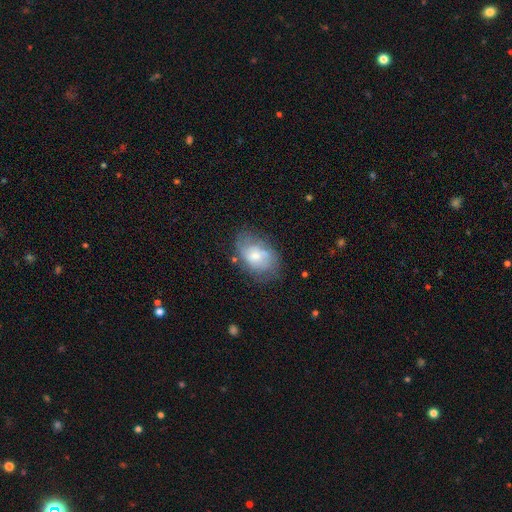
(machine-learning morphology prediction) type=smooth (53%); roundness=in between (80%); merging=none (55%).